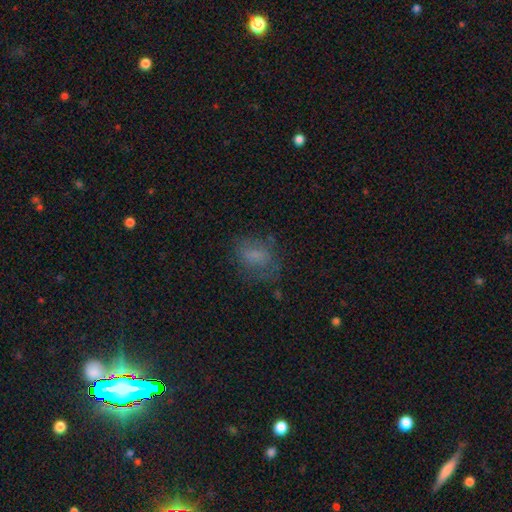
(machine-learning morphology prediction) A smooth galaxy with no disk features (64%) that is in between round and cigar-shaped (67%). Merging: none (61%).